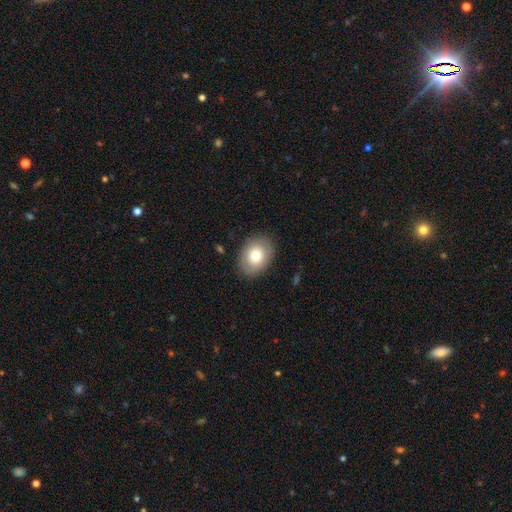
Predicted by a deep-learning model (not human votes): The model was most divided on "how rounded": in between: 68%, round: 31%, cigar-shaped: 1%. More confident: merging — none (86%); smooth or featured — smooth (76%).